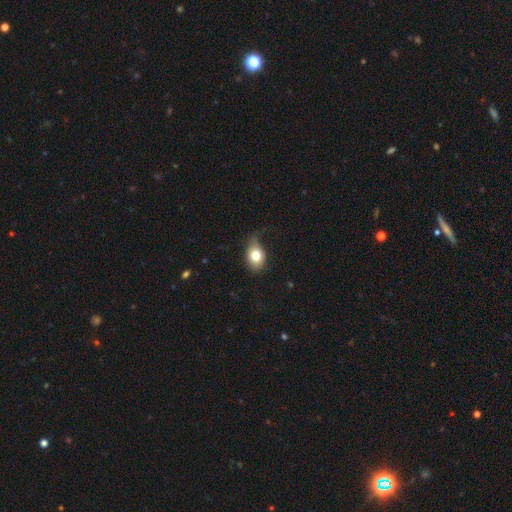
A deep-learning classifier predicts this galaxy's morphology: Overall: smooth (76%). How rounded: in between (68%; round 31%). Merging: none (52%; minor disturbance 34%).